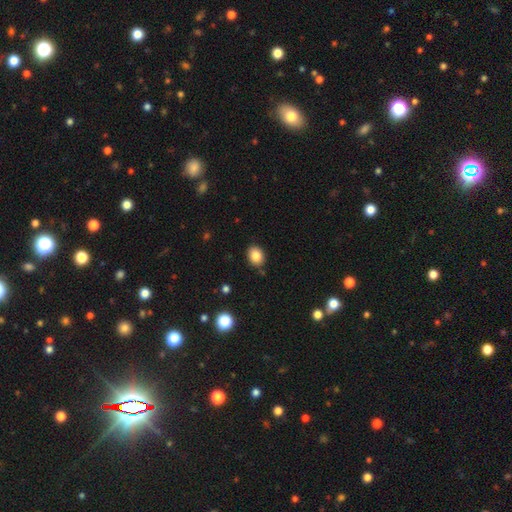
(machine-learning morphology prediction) Smooth or featured?
  - smooth: 84% *
  - star or artifact: 10%
  - featured or disk: 6%
How rounded?
  - in between: 54% *
  - round: 45%
  - cigar-shaped: 1%
Merging?
  - none: 85% *
  - minor disturbance: 11%
  - merger: 2%
  - major disturbance: 2%